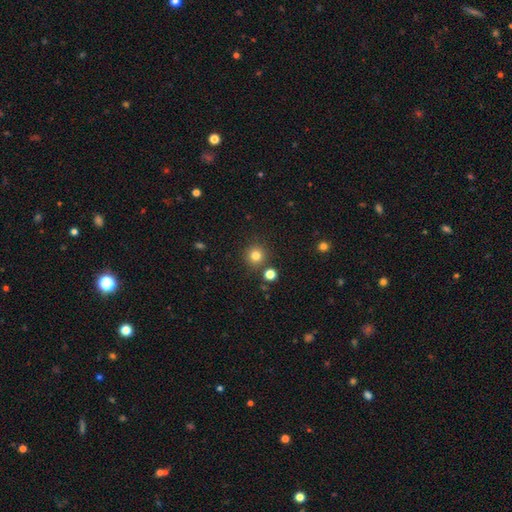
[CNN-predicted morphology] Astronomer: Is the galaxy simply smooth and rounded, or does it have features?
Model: smooth — 81%.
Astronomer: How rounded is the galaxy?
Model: round — 93%.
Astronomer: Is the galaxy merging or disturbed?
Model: none — 84%.